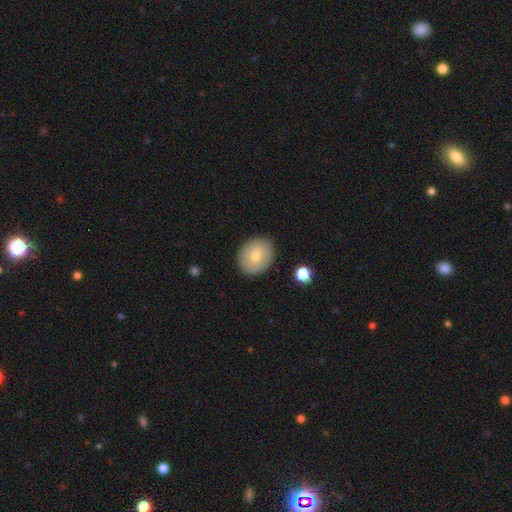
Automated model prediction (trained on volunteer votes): Morphology: type=smooth (70%); roundness=round (56%); merging=none (88%).